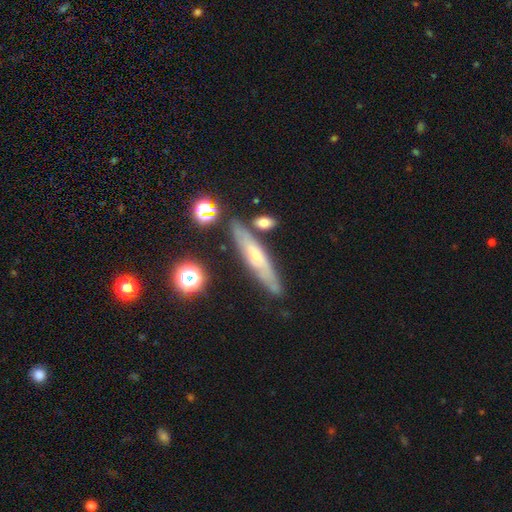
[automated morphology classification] This is possibly a featured or disk galaxy (53%). It is likely viewed edge-on (73%). Merging: likely none (77%).